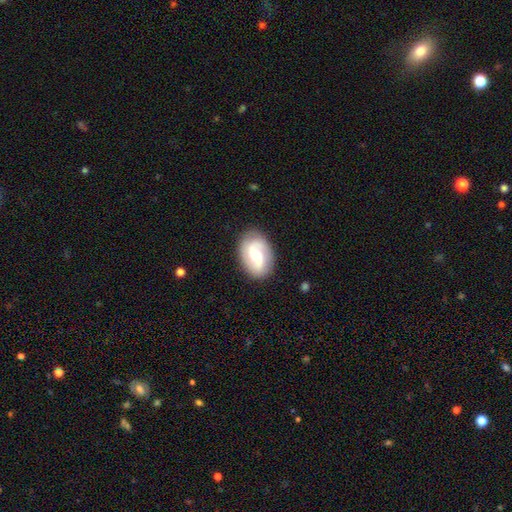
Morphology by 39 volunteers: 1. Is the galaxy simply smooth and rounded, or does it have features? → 69% featured or disk, 26% smooth, 5% star or artifact.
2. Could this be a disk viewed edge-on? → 100% no, 0% yes.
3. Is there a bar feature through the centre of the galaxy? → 48% weak, 30% no, 22% strong.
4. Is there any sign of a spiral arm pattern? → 85% yes, 15% no.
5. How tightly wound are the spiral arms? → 78% loose, 17% medium, 4% tight.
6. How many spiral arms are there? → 78% 2, 17% can't tell, 4% 1, 0% 3, 0% 4, 0% more than 4.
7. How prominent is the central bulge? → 78% moderate, 15% small, 4% dominant, 4% large, 0% none.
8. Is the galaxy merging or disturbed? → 78% none, 19% minor disturbance, 3% major disturbance, 0% merger.